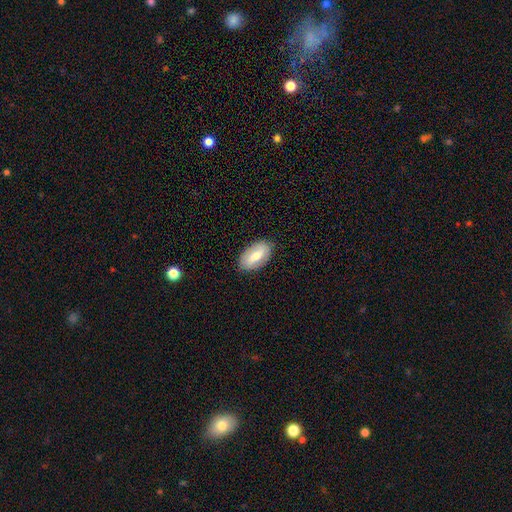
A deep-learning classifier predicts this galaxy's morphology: This is likely a smooth galaxy (62%). How rounded: clearly in between (93%). Merging: clearly none (86%).